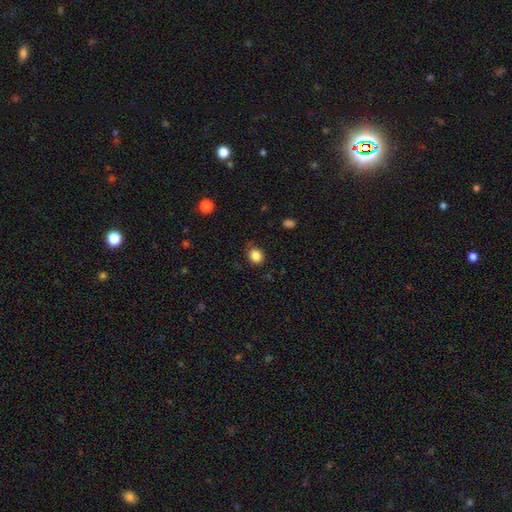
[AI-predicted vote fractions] smooth_or_featured: smooth (p=0.85) [alt: star or artifact p=0.10]
how_rounded: round (p=0.64) [alt: in between p=0.35]
merging: none (p=0.81) [alt: minor disturbance p=0.14]